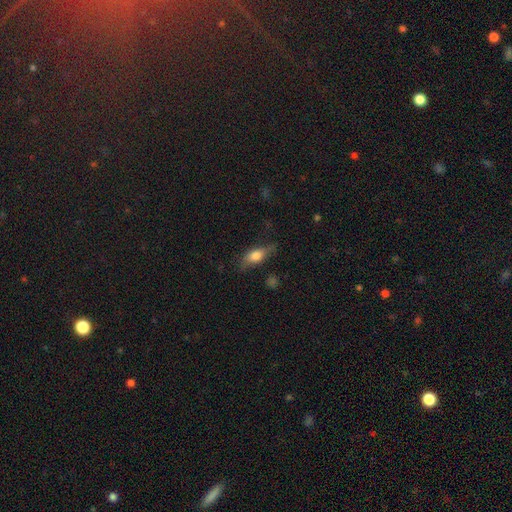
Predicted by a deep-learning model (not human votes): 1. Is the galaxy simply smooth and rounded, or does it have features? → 66% smooth, 26% featured or disk, 8% star or artifact.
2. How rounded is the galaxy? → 67% in between, 27% cigar-shaped, 6% round.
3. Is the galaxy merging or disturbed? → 66% none, 24% minor disturbance, 8% major disturbance, 2% merger.